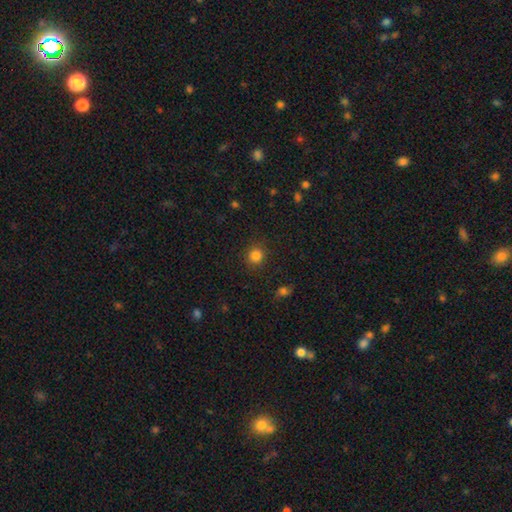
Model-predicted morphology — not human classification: Smooth or featured? Predicted: smooth (p=0.83). How rounded? Predicted: round (p=0.90). Merging? Predicted: none (p=0.89).